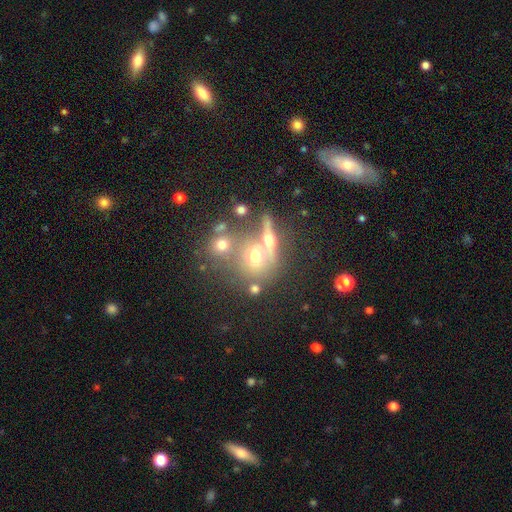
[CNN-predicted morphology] Overall: smooth (51%; featured or disk 32%). How rounded: round (71%). Merging: none (45%; merger 39%).